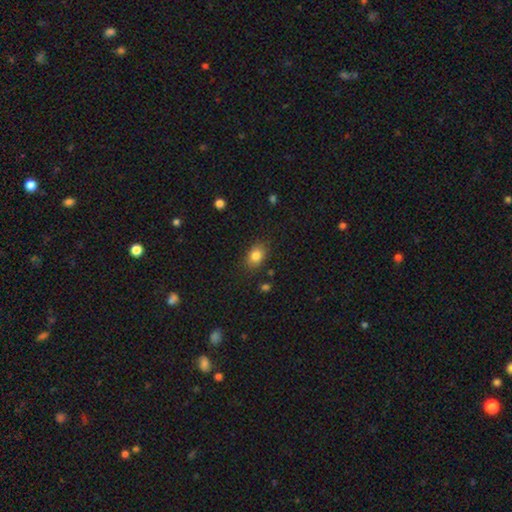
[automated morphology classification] This appears to be a smooth galaxy with no disk features (84%) that is in between round and cigar-shaped (73%). Merging: none (82%).